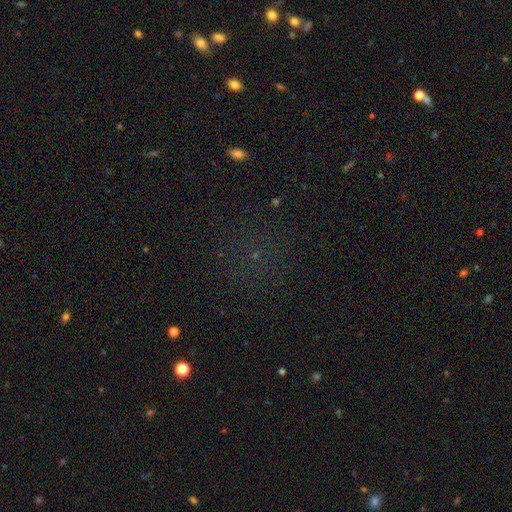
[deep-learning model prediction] This appears to be a star or artifact, not a galaxy (56%).